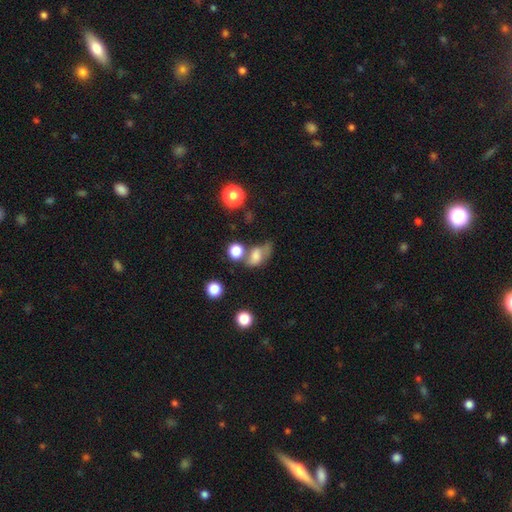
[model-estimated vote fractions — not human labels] This is likely a smooth galaxy (63%). How rounded: likely in between (77%). Merging: marginally none (31%).